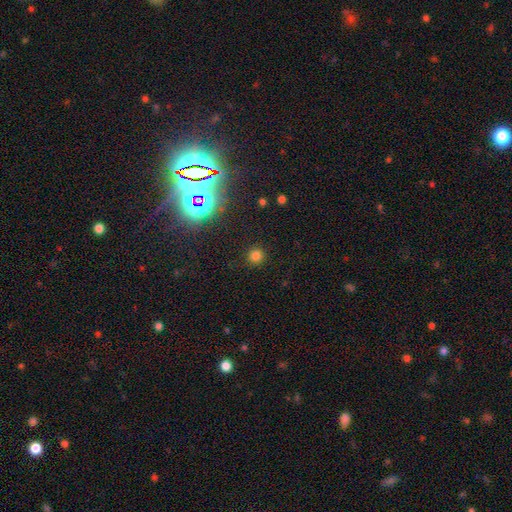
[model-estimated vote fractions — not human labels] Q: Smooth or featured?
A: smooth (74%); runner-up: star or artifact (20%)
Q: How rounded?
A: round (93%); runner-up: in between (6%)
Q: Merging?
A: none (89%); runner-up: minor disturbance (6%)